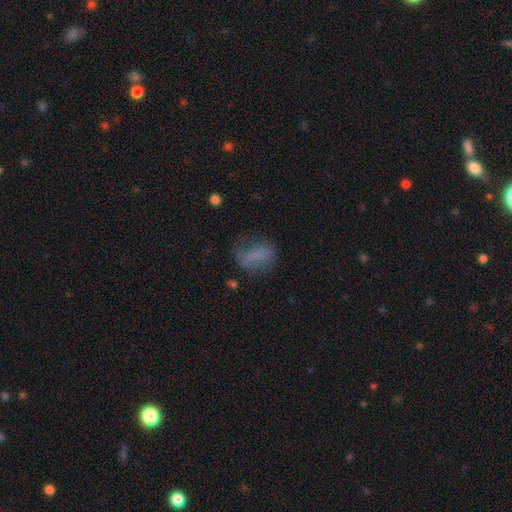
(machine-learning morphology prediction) smooth_or_featured: smooth (p=0.61) [alt: featured or disk p=0.26]
how_rounded: in between (p=0.72) [alt: round p=0.22]
merging: none (p=0.50) [alt: minor disturbance p=0.26]